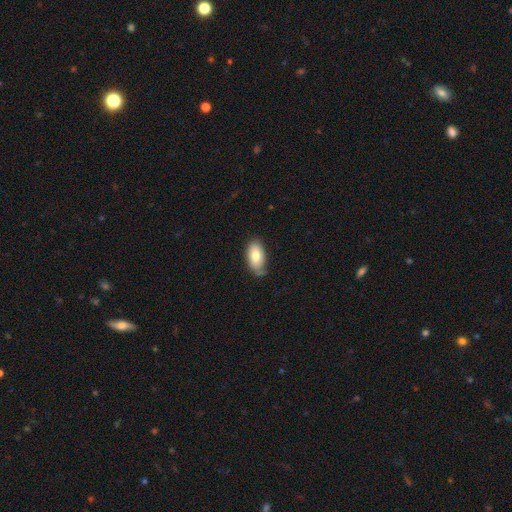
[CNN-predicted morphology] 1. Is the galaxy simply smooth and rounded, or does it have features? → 75% smooth, 19% featured or disk, 6% star or artifact.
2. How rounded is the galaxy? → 94% in between, 3% cigar-shaped, 3% round.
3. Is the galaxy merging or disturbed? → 62% none, 29% minor disturbance, 7% major disturbance, 2% merger.